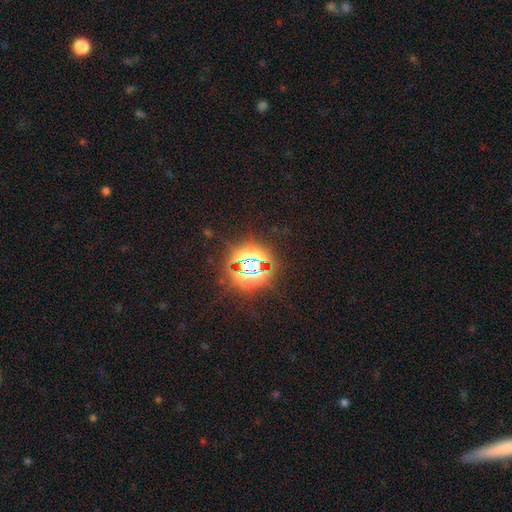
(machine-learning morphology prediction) type=star or artifact (83%).